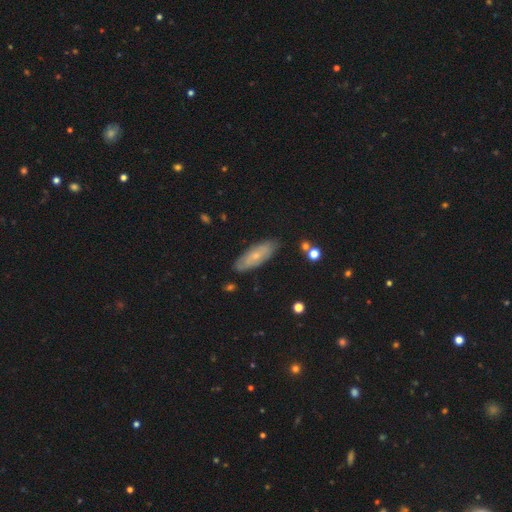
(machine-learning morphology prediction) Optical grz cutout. It shows a smooth galaxy with no disk features (52%) that is in between round and cigar-shaped (61%). Merging: none (84%).